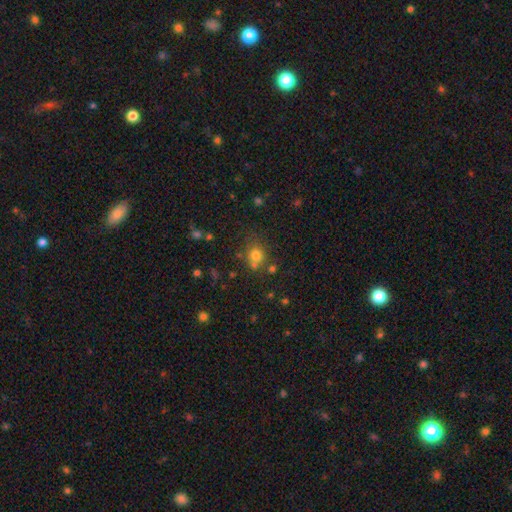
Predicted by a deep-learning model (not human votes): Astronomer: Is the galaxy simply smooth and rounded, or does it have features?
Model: smooth — 73%.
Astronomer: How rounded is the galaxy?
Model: round — 81%.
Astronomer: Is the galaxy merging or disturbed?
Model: none — 64%.